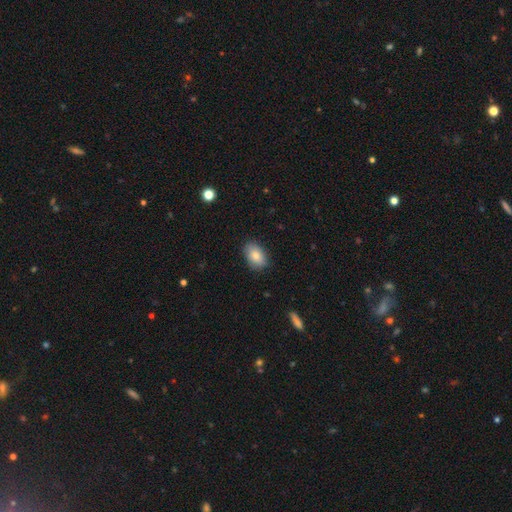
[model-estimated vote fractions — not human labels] The model was most divided on "smooth or featured": smooth: 82%, featured or disk: 11%, star or artifact: 7%. More confident: how rounded — in between (89%); merging — none (85%).